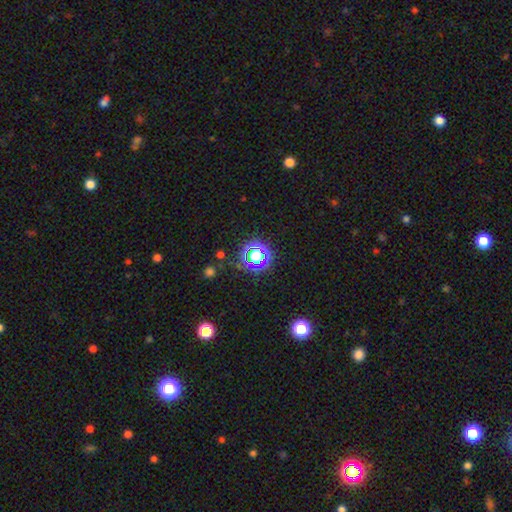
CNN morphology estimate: Smooth or featured? Predicted: star or artifact (p=0.64).